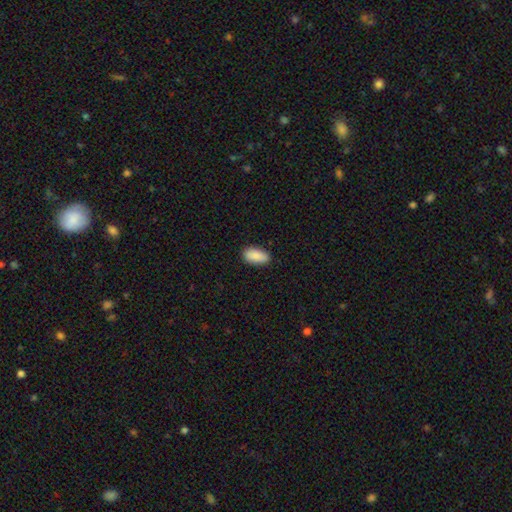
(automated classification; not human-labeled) smooth 89%, star or artifact 6%, featured or disk 4%. Down the decision tree: how rounded — in between (92%); merging — none (86%).